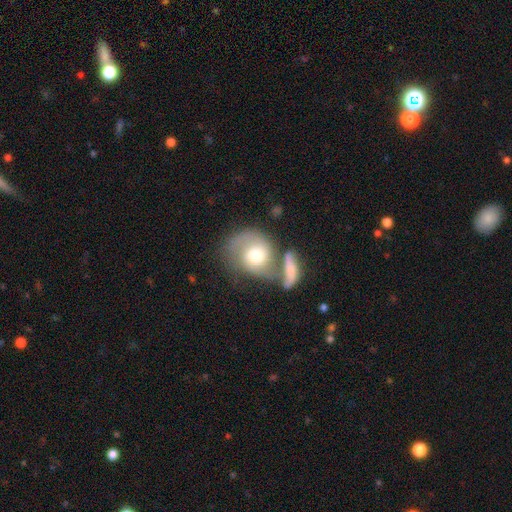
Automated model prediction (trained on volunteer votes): featured or disk 61%, smooth 33%, star or artifact 7%. Down the decision tree: edge-on disk — no (96%); bar — no (67%); spiral arms — yes (83%); bulge size — moderate (67%); merging — merger (43%).